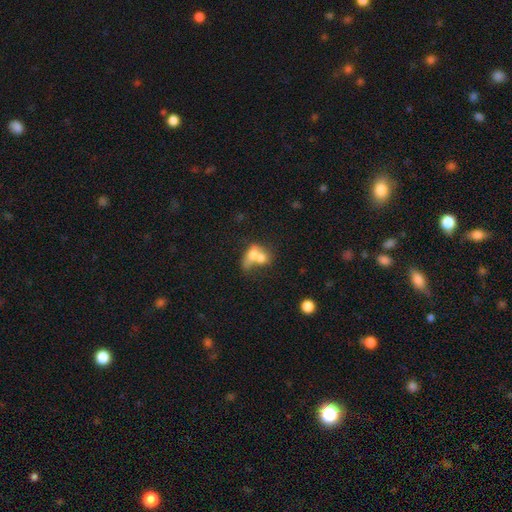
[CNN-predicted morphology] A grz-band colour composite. It shows a smooth galaxy with no disk features (63%) that is in between round and cigar-shaped (60%). Merging: merger (73%).